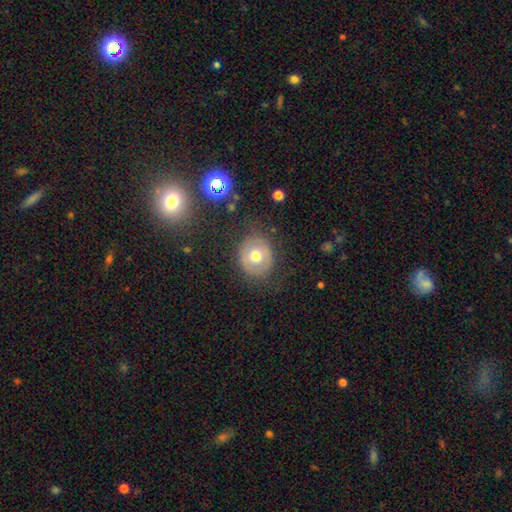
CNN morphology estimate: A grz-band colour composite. It shows a smooth galaxy with no disk features (59%) that is round (74%). Merging: none (81%).